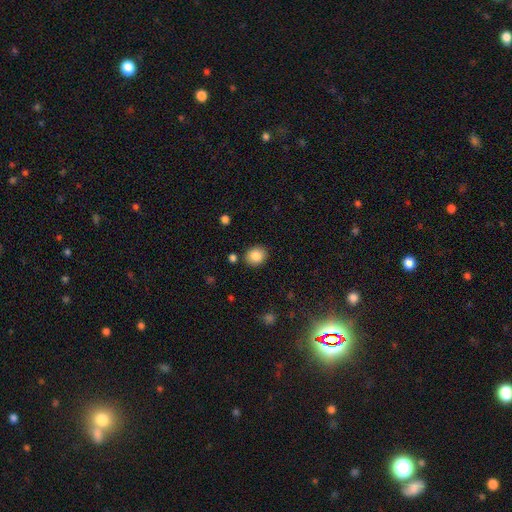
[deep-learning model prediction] Smooth or featured?
  - smooth: 86% *
  - star or artifact: 9%
  - featured or disk: 5%
How rounded?
  - round: 66% *
  - in between: 33%
  - cigar-shaped: 1%
Merging?
  - none: 86% *
  - minor disturbance: 9%
  - merger: 3%
  - major disturbance: 2%